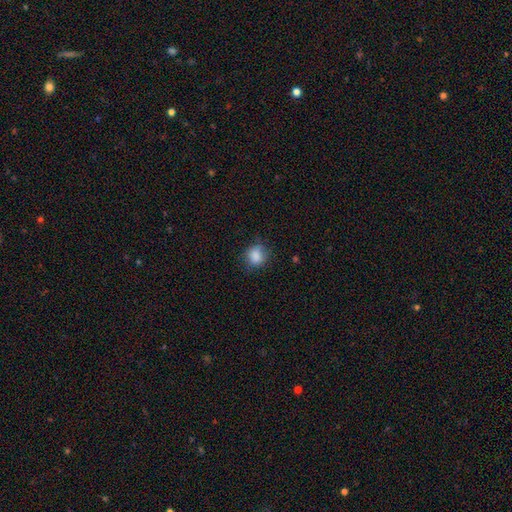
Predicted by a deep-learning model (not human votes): smooth 85%, star or artifact 9%, featured or disk 5%. Down the decision tree: how rounded — round (72%); merging — none (73%).